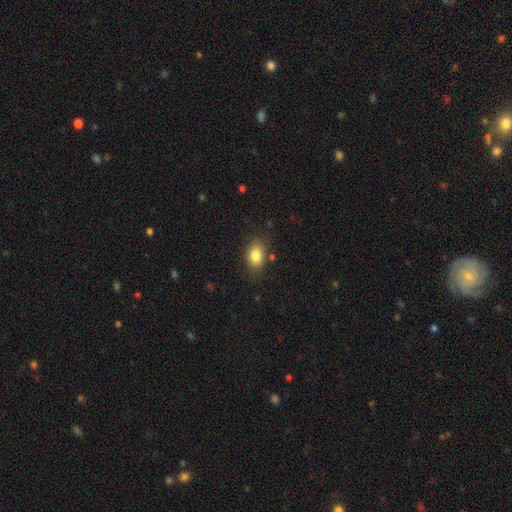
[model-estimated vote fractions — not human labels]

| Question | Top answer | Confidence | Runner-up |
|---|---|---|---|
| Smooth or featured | smooth | 83% | star or artifact (9%) |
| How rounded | in between | 82% | round (17%) |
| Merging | none | 80% | minor disturbance (14%) |